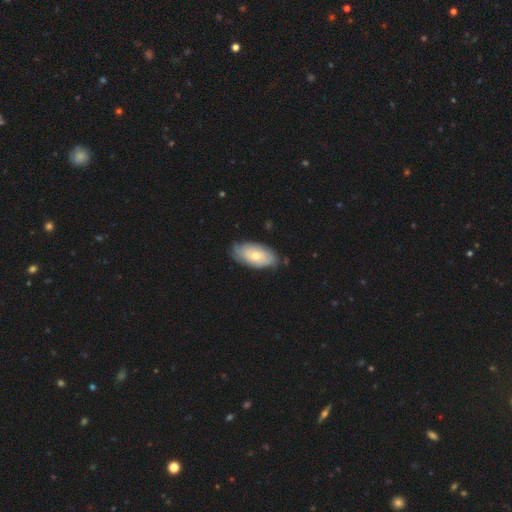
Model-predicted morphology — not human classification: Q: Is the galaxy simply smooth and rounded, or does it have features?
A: featured or disk — 52%.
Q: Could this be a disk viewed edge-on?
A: no — 91%.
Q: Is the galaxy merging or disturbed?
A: none — 72%.